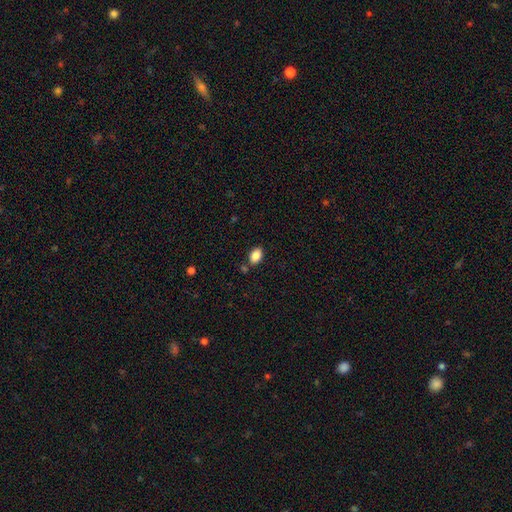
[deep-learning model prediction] smooth_or_featured: smooth (p=0.86) [alt: star or artifact p=0.08]
how_rounded: in between (p=0.90) [alt: round p=0.08]
merging: none (p=0.78) [alt: minor disturbance p=0.12]